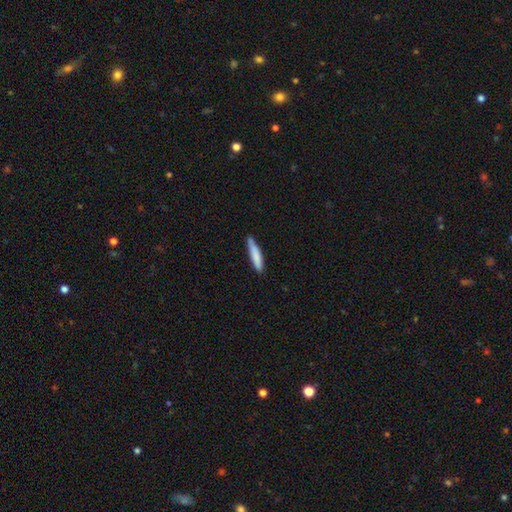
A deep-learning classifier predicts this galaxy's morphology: type=smooth (80%); roundness=cigar-shaped (89%); merging=none (77%).